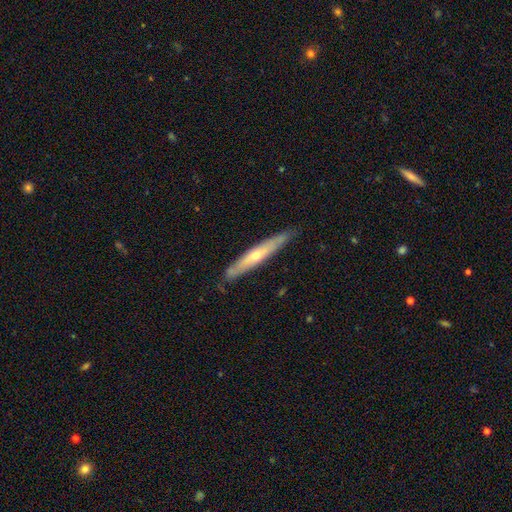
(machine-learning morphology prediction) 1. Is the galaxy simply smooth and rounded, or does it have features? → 60% featured or disk, 34% smooth, 6% star or artifact.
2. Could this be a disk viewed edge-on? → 87% yes, 13% no.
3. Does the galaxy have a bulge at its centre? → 75% rounded, 23% none, 2% boxy.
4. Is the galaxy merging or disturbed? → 84% none, 13% minor disturbance, 2% major disturbance, 1% merger.